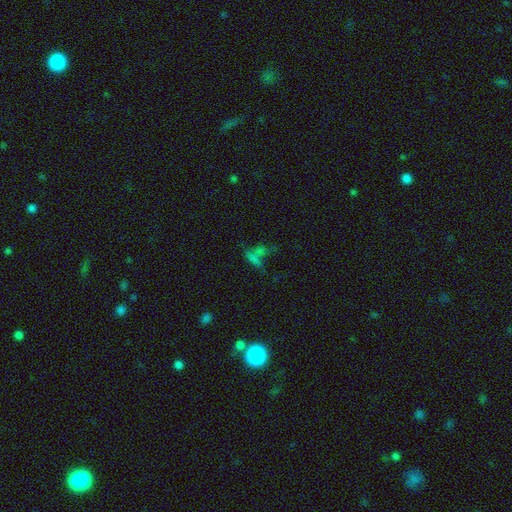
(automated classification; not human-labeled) This is possibly a smooth galaxy (52%). How rounded: possibly in between (59%). Merging: marginally merger (39%).